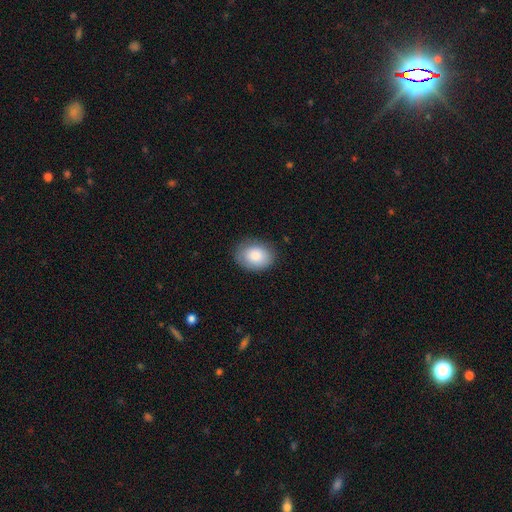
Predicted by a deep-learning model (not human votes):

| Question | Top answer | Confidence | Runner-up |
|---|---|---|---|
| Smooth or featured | smooth | 85% | featured or disk (9%) |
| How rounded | in between | 70% | round (29%) |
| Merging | none | 83% | minor disturbance (13%) |